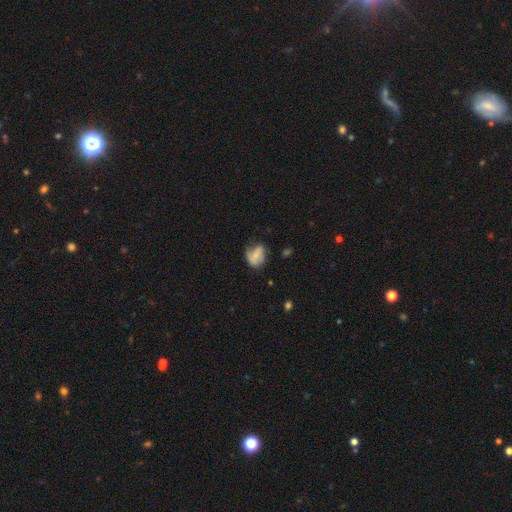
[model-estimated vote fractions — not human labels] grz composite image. It shows a smooth galaxy with no disk features (58%) that is in between round and cigar-shaped (61%). Merging: none (44%).